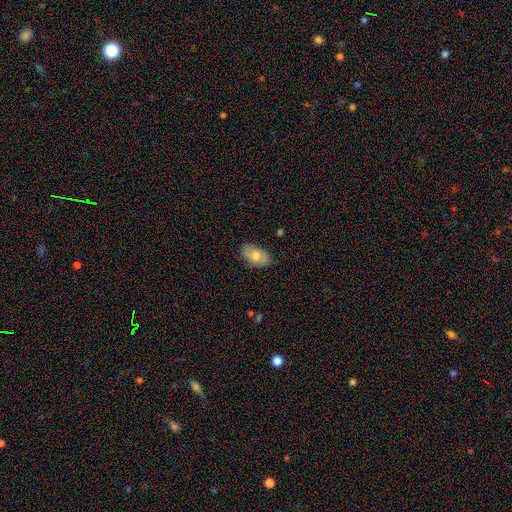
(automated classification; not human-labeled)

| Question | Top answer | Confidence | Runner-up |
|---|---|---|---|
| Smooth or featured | smooth | 65% | featured or disk (28%) |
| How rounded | in between | 91% | round (7%) |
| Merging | none | 81% | minor disturbance (15%) |